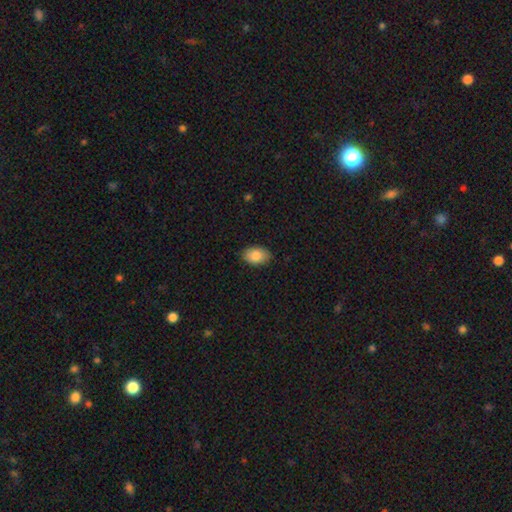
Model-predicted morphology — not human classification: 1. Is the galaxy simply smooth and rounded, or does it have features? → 84% smooth, 9% featured or disk, 7% star or artifact.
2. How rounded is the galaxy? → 89% in between, 10% round, 1% cigar-shaped.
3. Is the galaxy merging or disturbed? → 87% none, 10% minor disturbance, 2% major disturbance, 1% merger.